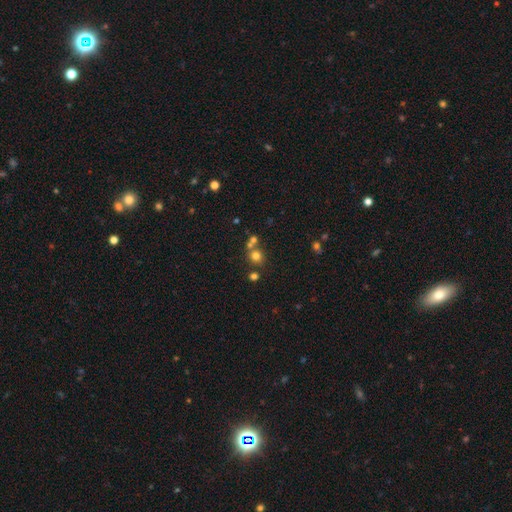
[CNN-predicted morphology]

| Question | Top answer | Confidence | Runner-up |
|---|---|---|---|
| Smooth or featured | smooth | 72% | star or artifact (18%) |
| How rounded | round | 86% | in between (13%) |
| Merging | none | 61% | merger (29%) |